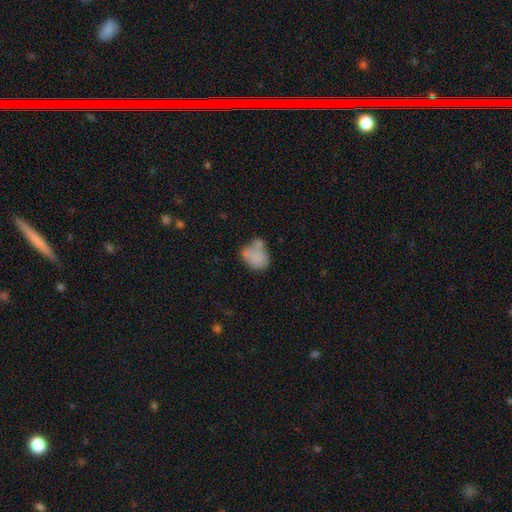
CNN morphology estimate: Smooth or featured: smooth — 76% (featured or disk — 16%)
How rounded: in between — 61% (round — 37%)
Merging: none — 35% (merger — 28%)